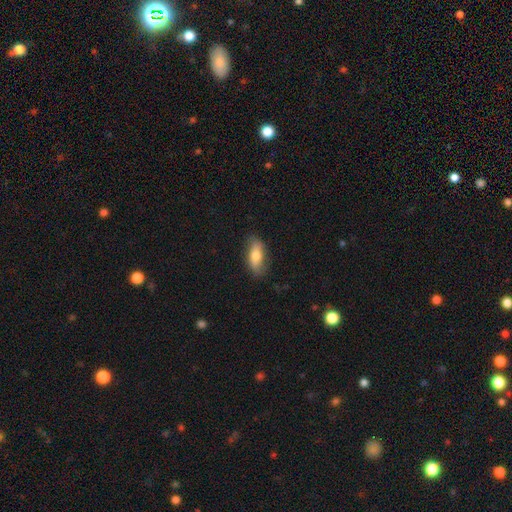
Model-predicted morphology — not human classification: type=smooth (69%); roundness=in between (76%); merging=none (78%).